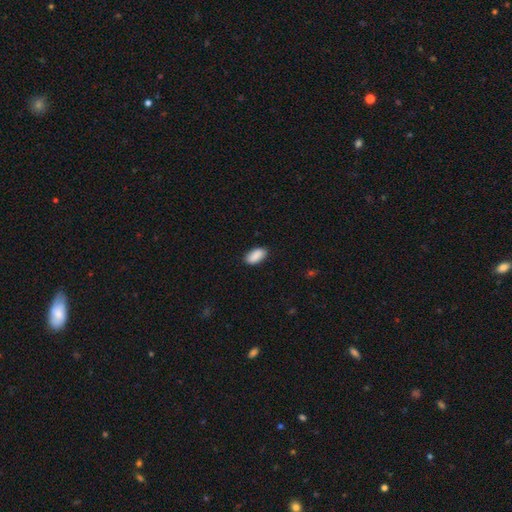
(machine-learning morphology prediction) smooth_or_featured: smooth (p=0.90) [alt: star or artifact p=0.06]
how_rounded: in between (p=0.92) [alt: cigar-shaped p=0.06]
merging: none (p=0.87) [alt: minor disturbance p=0.10]